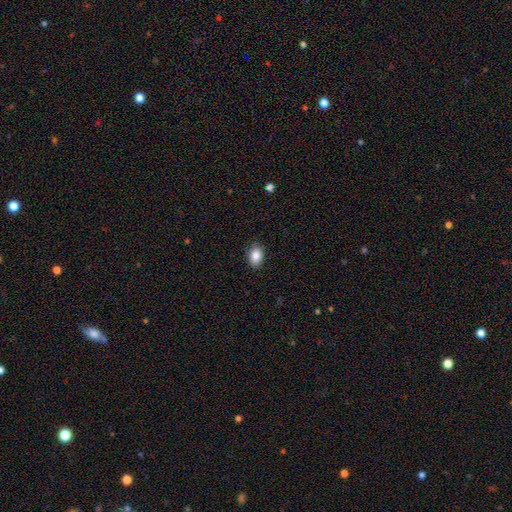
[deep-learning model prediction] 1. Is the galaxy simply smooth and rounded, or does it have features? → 85% smooth, 8% star or artifact, 6% featured or disk.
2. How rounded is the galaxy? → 78% in between, 20% round, 1% cigar-shaped.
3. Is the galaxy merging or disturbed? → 88% none, 9% minor disturbance, 2% major disturbance, 1% merger.